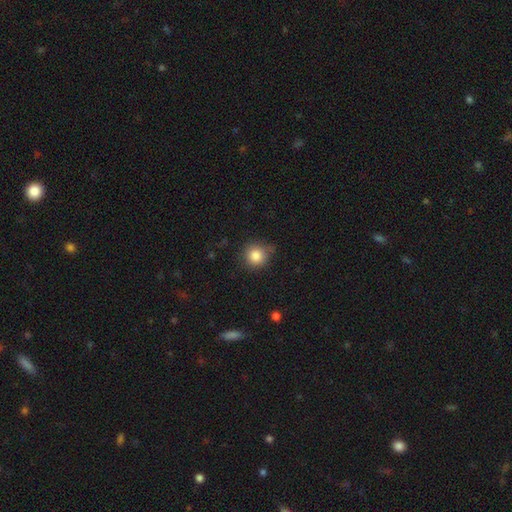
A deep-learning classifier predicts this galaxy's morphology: smooth 84%, star or artifact 10%, featured or disk 6%. Down the decision tree: how rounded — round (91%); merging — none (73%).